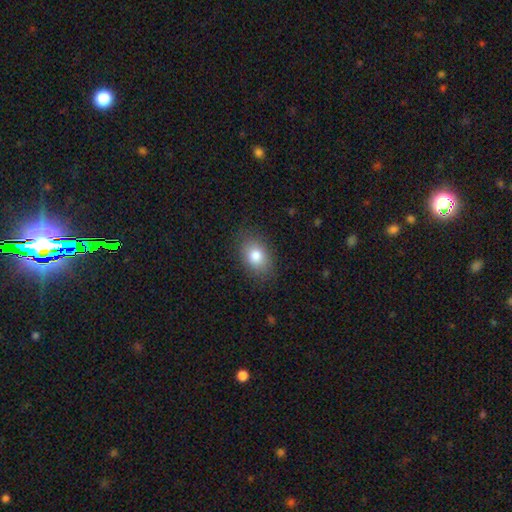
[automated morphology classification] Q: Smooth or featured?
A: smooth (81%); runner-up: featured or disk (10%)
Q: How rounded?
A: in between (75%); runner-up: round (23%)
Q: Merging?
A: none (83%); runner-up: minor disturbance (12%)